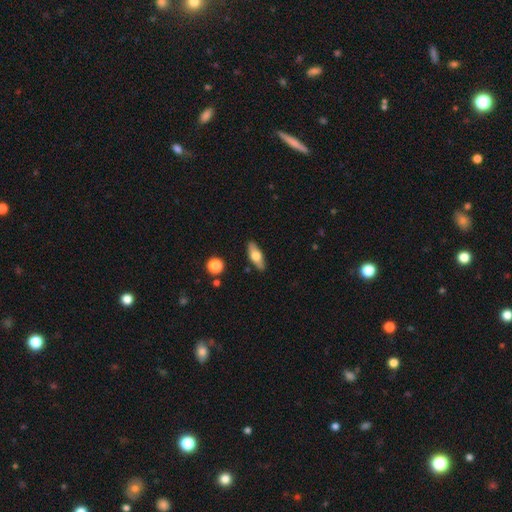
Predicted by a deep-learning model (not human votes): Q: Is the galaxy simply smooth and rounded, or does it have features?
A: smooth — 60%.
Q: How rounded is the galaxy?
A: in between — 68%.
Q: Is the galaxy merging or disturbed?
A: none — 86%.